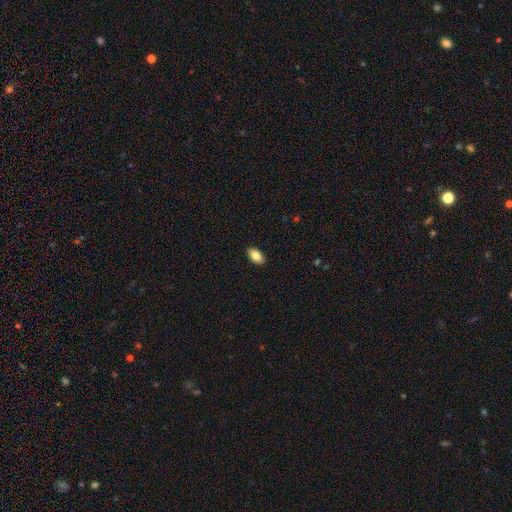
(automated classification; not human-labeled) A smooth galaxy with no disk features (84%) that is in between round and cigar-shaped (93%). Merging: none (90%).